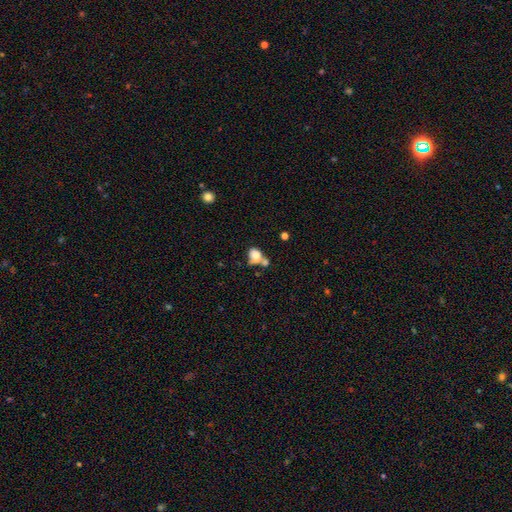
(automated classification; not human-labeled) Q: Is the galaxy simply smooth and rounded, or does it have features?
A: smooth — 74%.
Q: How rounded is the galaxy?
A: in between — 62%.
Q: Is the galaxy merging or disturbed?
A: merger — 51%.